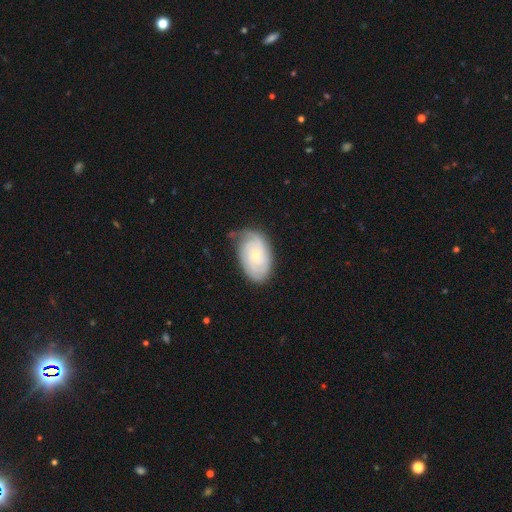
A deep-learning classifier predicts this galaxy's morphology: Smooth or featured?
  - featured or disk: 70% *
  - smooth: 23%
  - star or artifact: 6%
Edge-on disk?
  - no: 97% *
  - yes: 3%
Bar?
  - no: 75% *
  - weak: 22%
  - strong: 3%
Spiral arms?
  - yes: 93% *
  - no: 7%
Spiral winding?
  - tight: 67% *
  - medium: 26%
  - loose: 7%
Spiral arm count?
  - can't tell: 38% *
  - 2: 25%
  - 3: 19%
  - 4: 9%
  - 1: 5%
  - more than 4: 4%
Bulge size?
  - small: 73% *
  - moderate: 22%
  - none: 3%
  - large: 1%
  - dominant: 1%
Merging?
  - none: 67% *
  - minor disturbance: 25%
  - major disturbance: 6%
  - merger: 2%